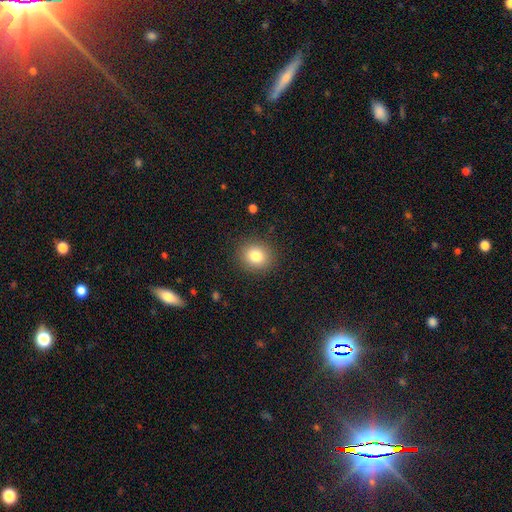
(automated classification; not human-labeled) Smooth or featured? Predicted: smooth (p=0.81). How rounded? Predicted: round (p=0.78). Merging? Predicted: none (p=0.89).